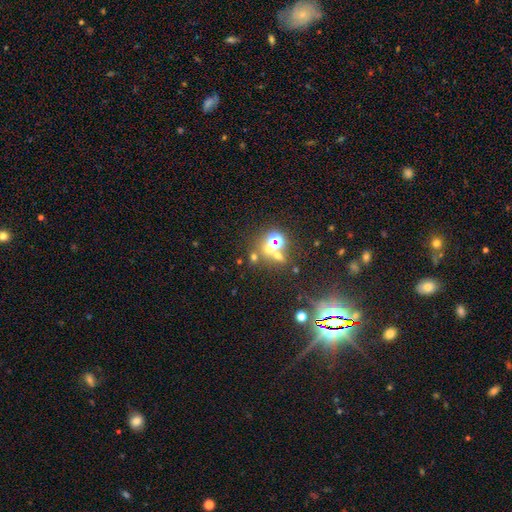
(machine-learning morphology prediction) Smooth or featured? star or artifact (74%)